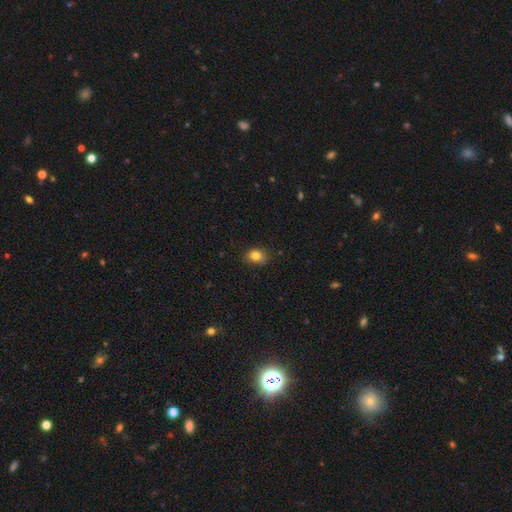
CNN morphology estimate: Q: Smooth or featured?
A: smooth (82%); runner-up: star or artifact (11%)
Q: How rounded?
A: in between (51%); runner-up: round (48%)
Q: Merging?
A: none (81%); runner-up: minor disturbance (15%)